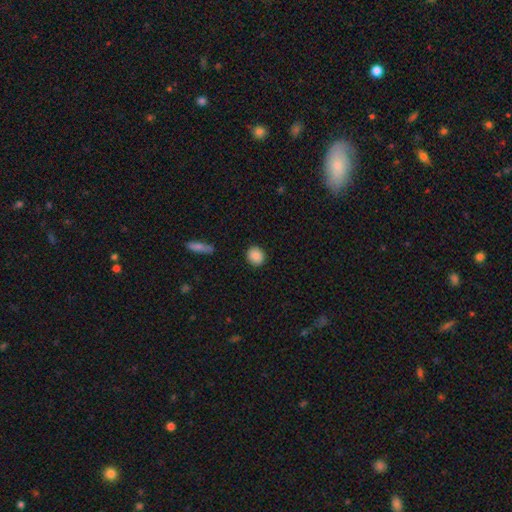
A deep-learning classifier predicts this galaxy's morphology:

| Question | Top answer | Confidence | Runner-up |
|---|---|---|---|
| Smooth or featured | smooth | 88% | star or artifact (8%) |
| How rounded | round | 76% | in between (22%) |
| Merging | none | 90% | minor disturbance (7%) |